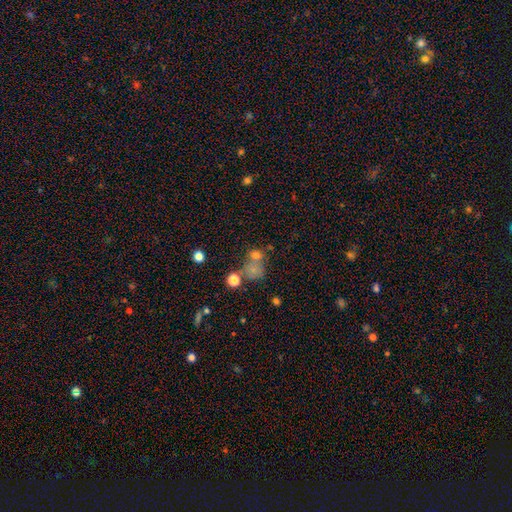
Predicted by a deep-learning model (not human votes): Q: Smooth or featured?
A: smooth (43%); runner-up: star or artifact (41%)
Q: Merging?
A: none (52%); runner-up: merger (29%)